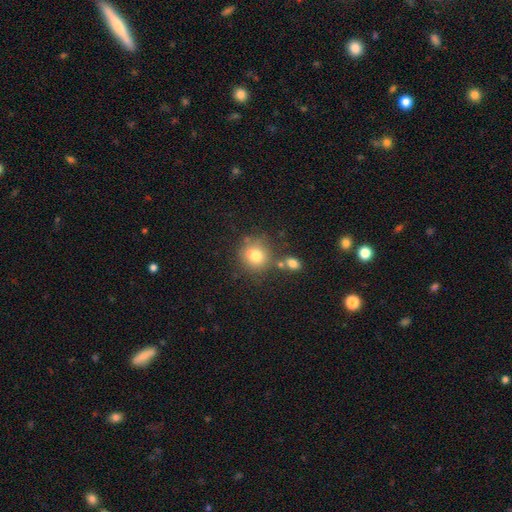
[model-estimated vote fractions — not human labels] Q: Smooth or featured?
A: smooth (77%); runner-up: star or artifact (11%)
Q: How rounded?
A: round (88%); runner-up: in between (11%)
Q: Merging?
A: none (69%); runner-up: merger (14%)